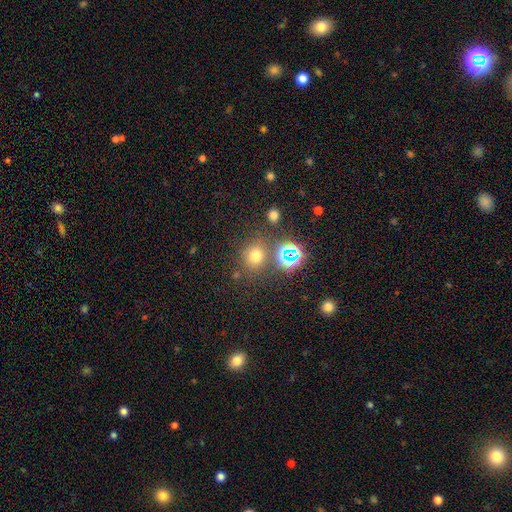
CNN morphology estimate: smooth-or-featured: smooth: 64% | star or artifact: 28% | featured or disk: 8%
  how-rounded: round: 80% | in between: 19% | cigar-shaped: 1%
  merging: none: 75% | minor disturbance: 11% | merger: 9% | major disturbance: 5%